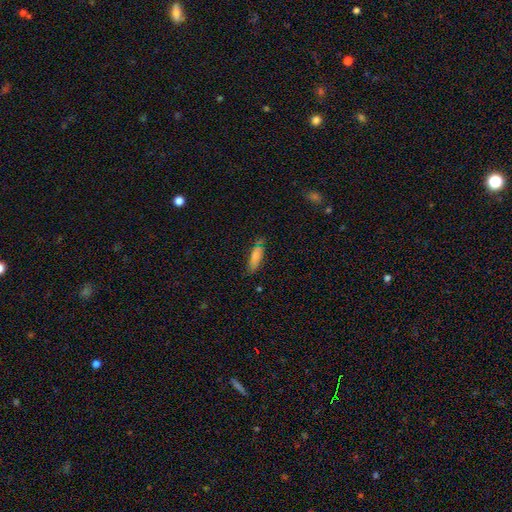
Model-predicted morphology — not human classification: This is clearly a smooth galaxy (81%). How rounded: possibly in between (53%). Merging: likely none (72%).